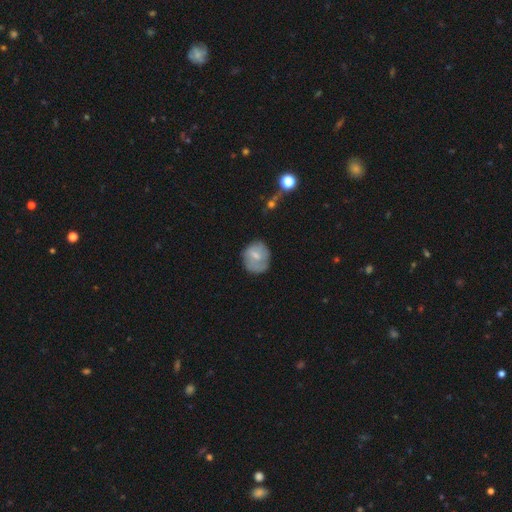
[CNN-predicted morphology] Smooth or featured?
  - smooth: 60% *
  - featured or disk: 32%
  - star or artifact: 7%
How rounded?
  - round: 74% *
  - in between: 25%
  - cigar-shaped: 1%
Merging?
  - none: 65% *
  - minor disturbance: 25%
  - major disturbance: 9%
  - merger: 2%